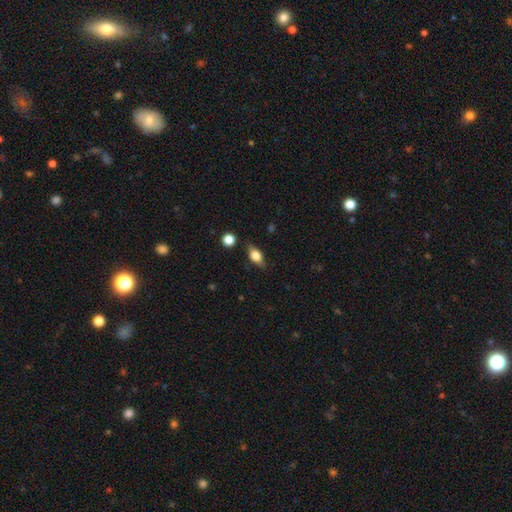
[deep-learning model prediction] Smooth or featured? Predicted: smooth (p=0.67). How rounded? Predicted: in between (p=0.78). Merging? Predicted: none (p=0.80).